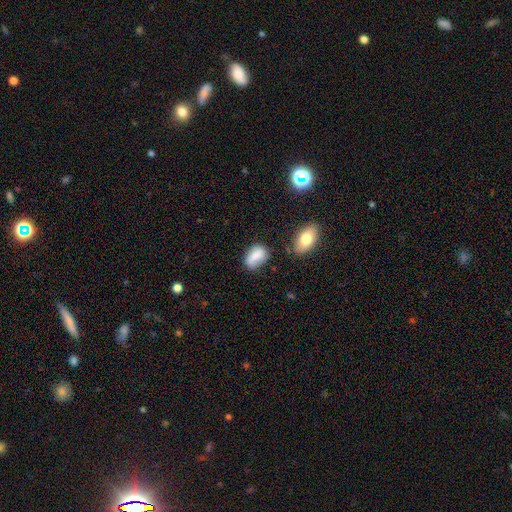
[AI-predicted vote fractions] Q: Smooth or featured?
A: smooth (75%); runner-up: featured or disk (16%)
Q: How rounded?
A: in between (81%); runner-up: round (17%)
Q: Merging?
A: none (54%); runner-up: minor disturbance (29%)